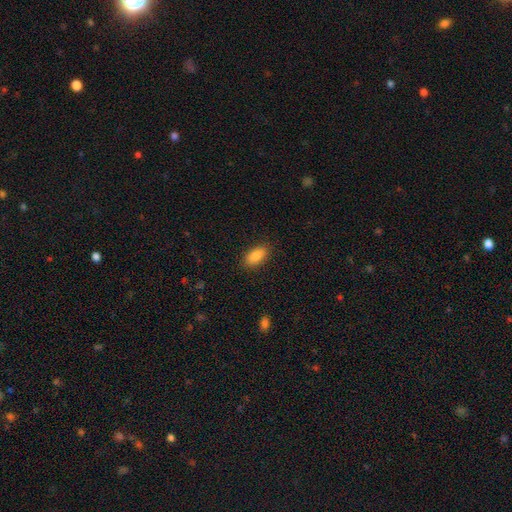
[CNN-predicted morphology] smooth-or-featured: smooth: 87% | star or artifact: 7% | featured or disk: 6%
  how-rounded: in between: 91% | cigar-shaped: 6% | round: 4%
  merging: none: 87% | minor disturbance: 9% | major disturbance: 3% | merger: 1%